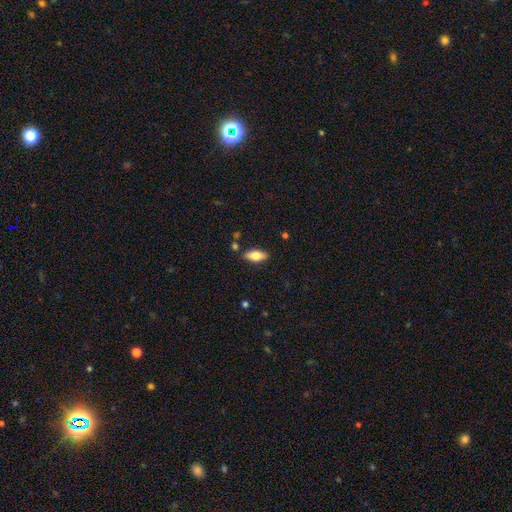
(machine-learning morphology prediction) Overall: smooth (72%). How rounded: in between (84%). Merging: none (85%).